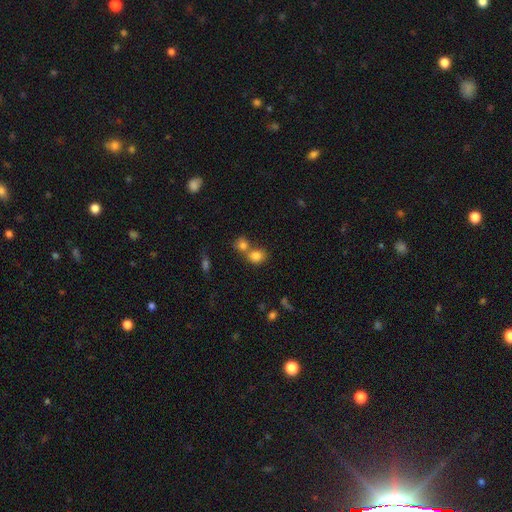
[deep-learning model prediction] Q: Smooth or featured?
A: smooth (81%); runner-up: star or artifact (11%)
Q: How rounded?
A: round (64%); runner-up: in between (35%)
Q: Merging?
A: merger (45%); runner-up: none (44%)